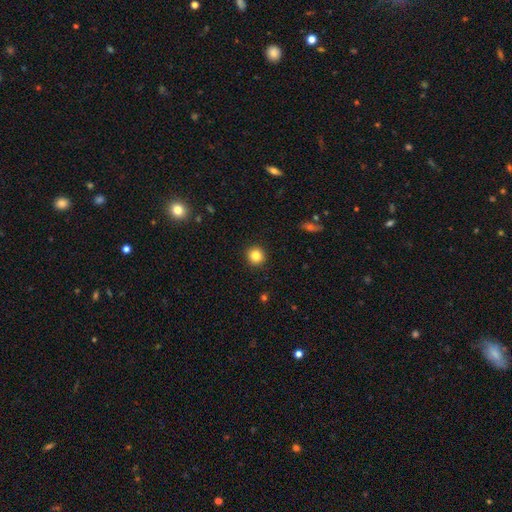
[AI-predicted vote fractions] Smooth or featured?
  - smooth: 84% *
  - star or artifact: 11%
  - featured or disk: 5%
How rounded?
  - round: 94% *
  - in between: 5%
  - cigar-shaped: 1%
Merging?
  - none: 93% *
  - minor disturbance: 5%
  - major disturbance: 2%
  - merger: 1%